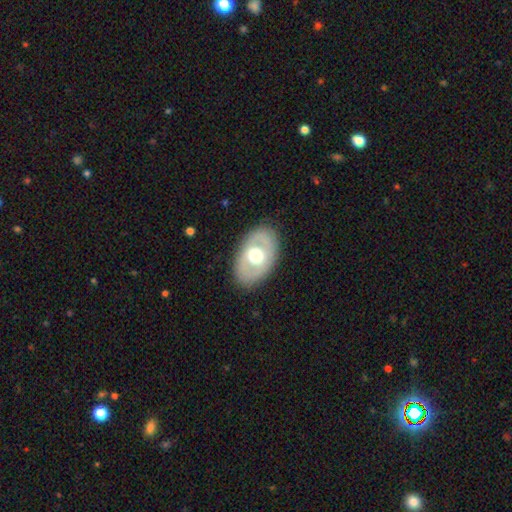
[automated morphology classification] A featured or disk galaxy (50%).

Vote fractions:
- Smooth or featured? featured or disk: 50% / smooth: 44% / star or artifact: 6%
- Merging? none: 84% / minor disturbance: 11% / major disturbance: 4% / merger: 1%